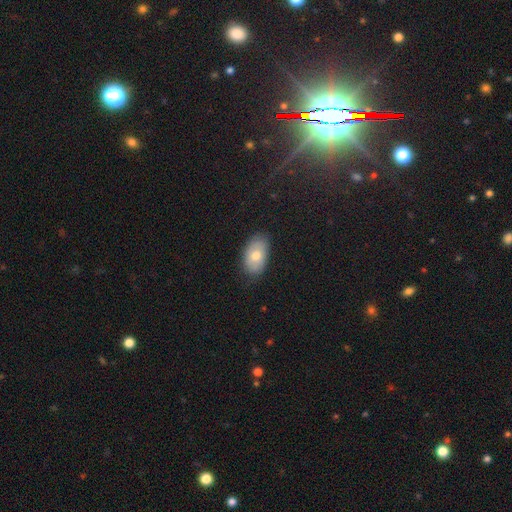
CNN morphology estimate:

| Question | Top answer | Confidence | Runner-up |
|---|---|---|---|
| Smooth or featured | smooth | 71% | featured or disk (22%) |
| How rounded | in between | 91% | round (7%) |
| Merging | none | 78% | minor disturbance (17%) |